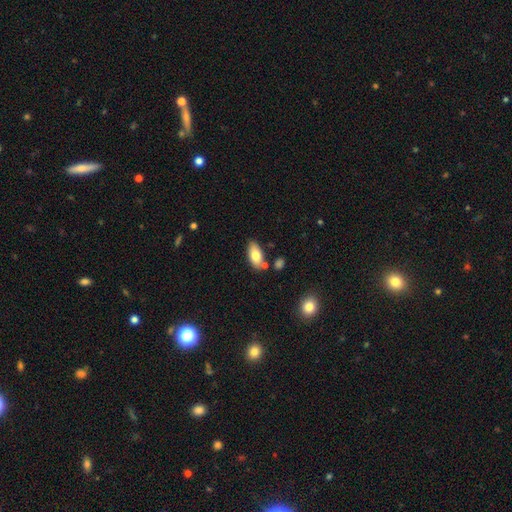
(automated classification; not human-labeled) Q: Smooth or featured?
A: smooth (77%); runner-up: featured or disk (16%)
Q: How rounded?
A: in between (91%); runner-up: cigar-shaped (6%)
Q: Merging?
A: none (75%); runner-up: minor disturbance (13%)